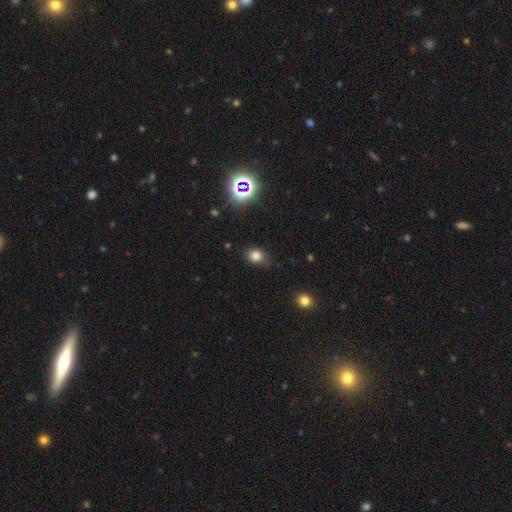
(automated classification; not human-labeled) A smooth galaxy with no disk features (76%) that is round (52%).

Vote fractions:
- Smooth or featured? smooth: 76% / star or artifact: 18% / featured or disk: 6%
- How rounded? round: 52% / in between: 47% / cigar-shaped: 1%
- Merging? none: 77% / minor disturbance: 17% / major disturbance: 4% / merger: 2%